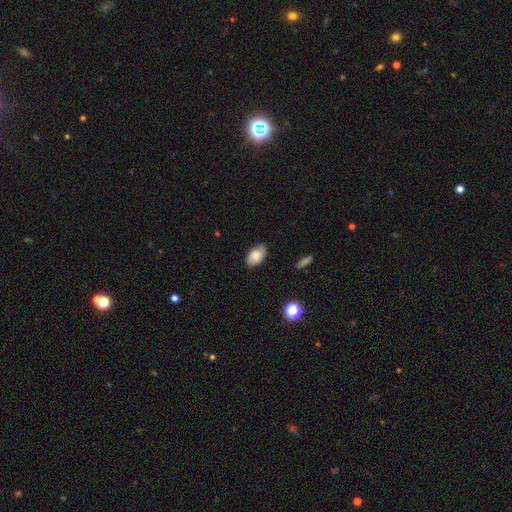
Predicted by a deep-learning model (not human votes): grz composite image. It shows a smooth galaxy with no disk features (80%) that is in between round and cigar-shaped (92%). Merging: none (78%).